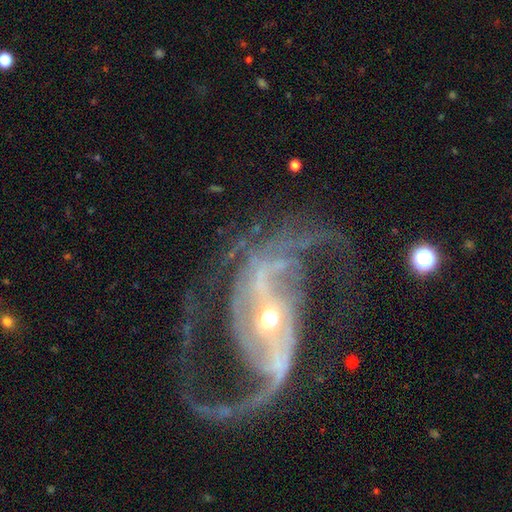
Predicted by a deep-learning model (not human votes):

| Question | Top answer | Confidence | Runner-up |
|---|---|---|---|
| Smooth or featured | featured or disk | 93% | star or artifact (5%) |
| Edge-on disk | no | 97% | yes (3%) |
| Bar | strong | 60% | weak (26%) |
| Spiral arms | yes | 98% | no (2%) |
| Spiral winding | medium | 47% | loose (42%) |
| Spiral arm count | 2 | 90% | 3 (3%) |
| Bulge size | small | 50% | moderate (44%) |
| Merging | none | 65% | major disturbance (18%) |